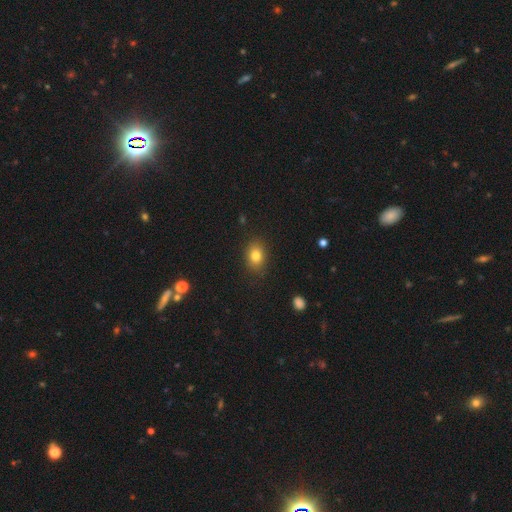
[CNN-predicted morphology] smooth 81%, star or artifact 11%, featured or disk 8%. Down the decision tree: how rounded — in between (65%); merging — none (86%).